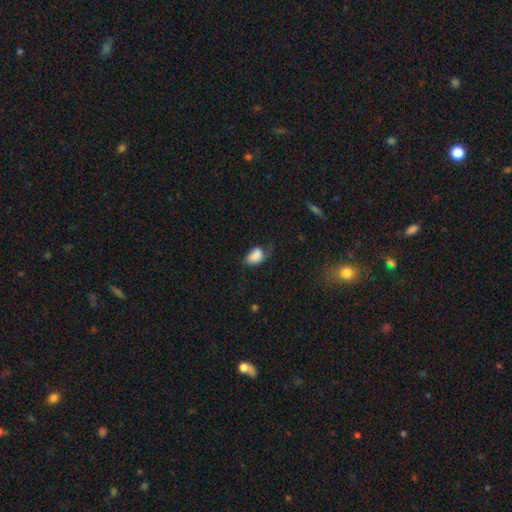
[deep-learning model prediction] Overall: smooth (79%). How rounded: in between (85%). Merging: minor disturbance (36%; none 34%).